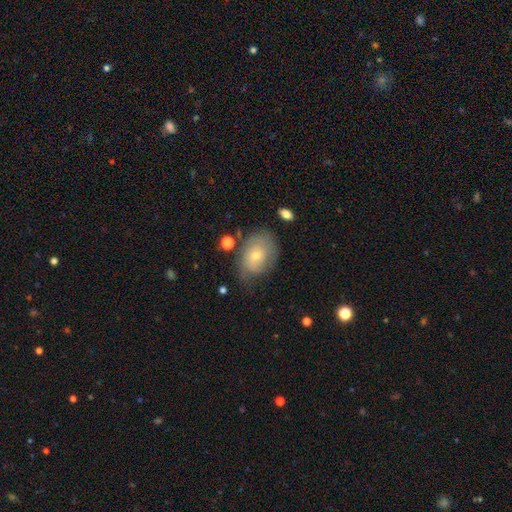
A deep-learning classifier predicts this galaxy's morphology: Smooth or featured: featured or disk — 46% (tied with smooth — 46%)
Merging: none — 58% (minor disturbance — 27%)